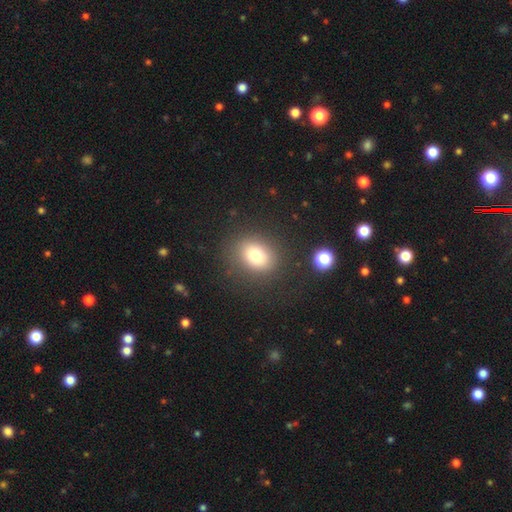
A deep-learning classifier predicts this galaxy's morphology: Overall: smooth (76%). How rounded: round (56%; in between 43%). Merging: none (84%).